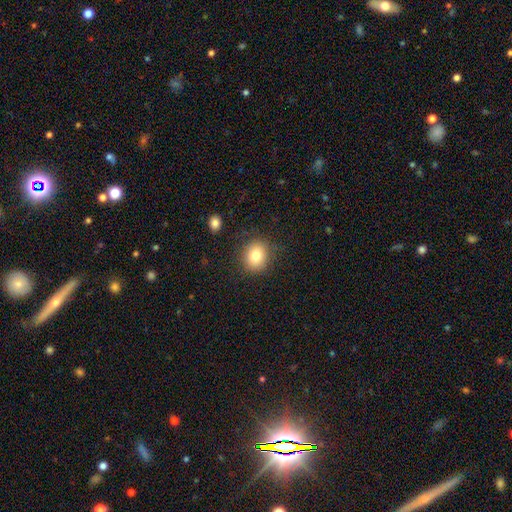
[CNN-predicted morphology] Smooth or featured: smooth — 81% (star or artifact — 10%)
How rounded: round — 71% (in between — 28%)
Merging: none — 85% (minor disturbance — 10%)